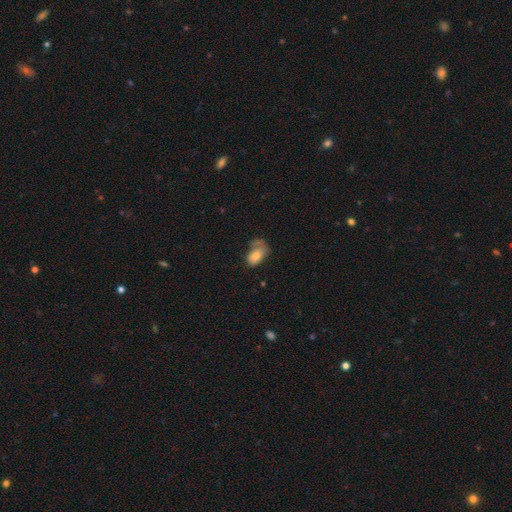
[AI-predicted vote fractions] A smooth galaxy with no disk features (73%) that is in between round and cigar-shaped (88%). Merging: major disturbance (35%).